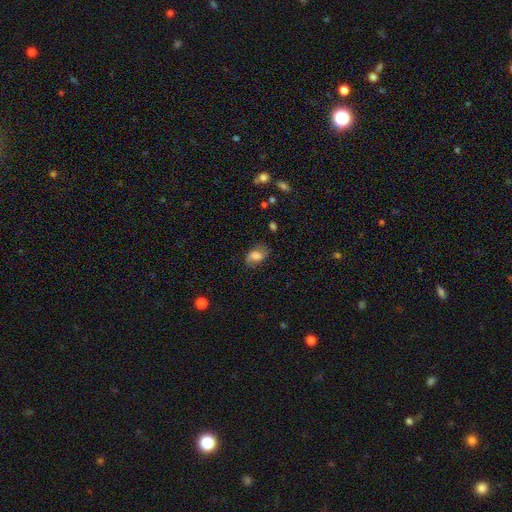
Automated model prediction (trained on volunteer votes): This appears to be a smooth galaxy with no disk features (60%) that is in between round and cigar-shaped (82%). Merging: none (63%).